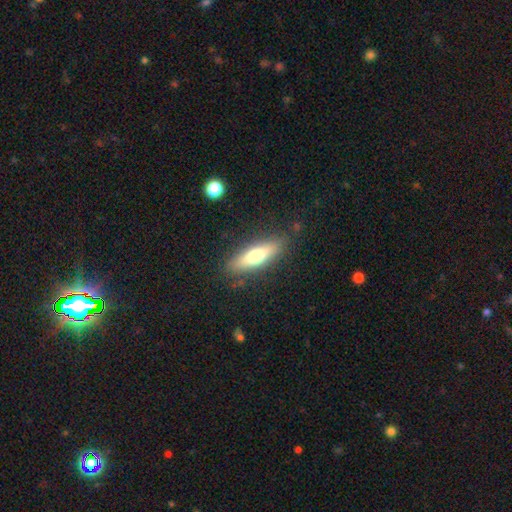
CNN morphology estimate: Smooth or featured: smooth — 58% (featured or disk — 35%)
How rounded: cigar-shaped — 58% (in between — 40%)
Merging: none — 85% (minor disturbance — 10%)